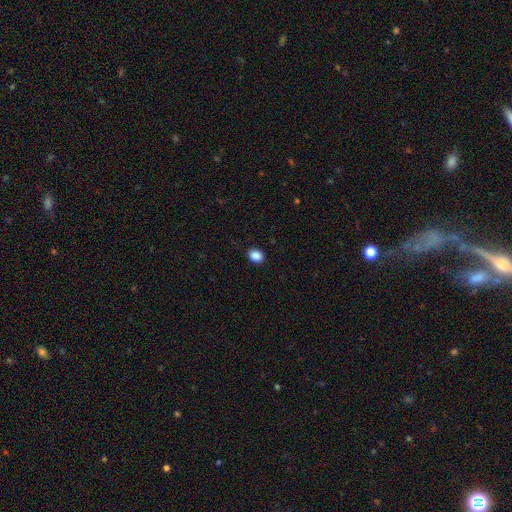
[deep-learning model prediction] smooth 88%, star or artifact 9%, featured or disk 3%. Down the decision tree: how rounded — in between (52%); merging — none (88%).